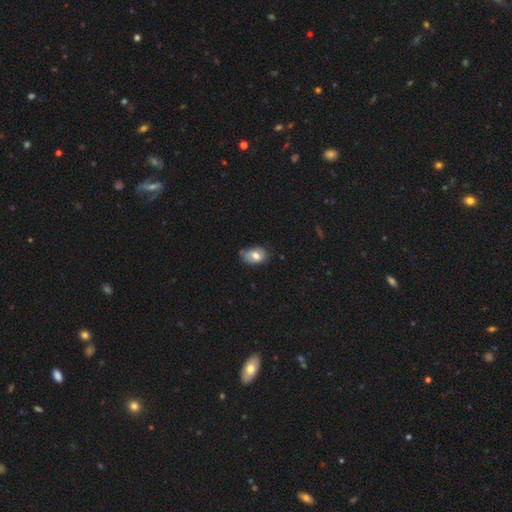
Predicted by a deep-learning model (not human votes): Smooth or featured: smooth — 66% (featured or disk — 25%)
How rounded: in between — 80% (round — 19%)
Merging: none — 57% (minor disturbance — 33%)